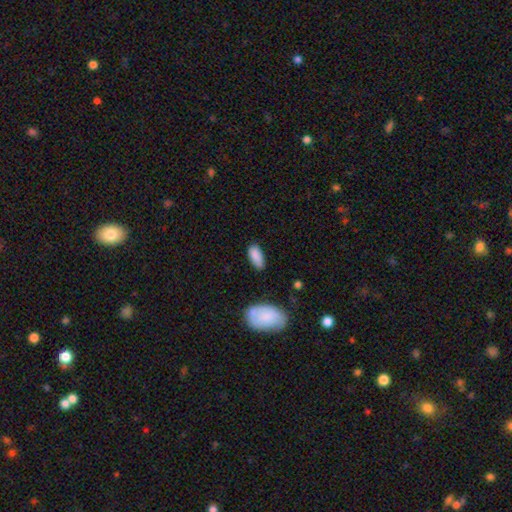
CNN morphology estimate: smooth-or-featured: smooth: 87% | star or artifact: 7% | featured or disk: 6%
  how-rounded: in between: 86% | cigar-shaped: 12% | round: 2%
  merging: none: 74% | minor disturbance: 19% | major disturbance: 4% | merger: 3%